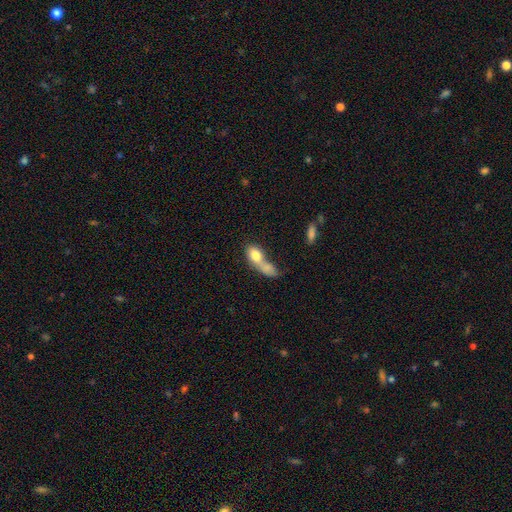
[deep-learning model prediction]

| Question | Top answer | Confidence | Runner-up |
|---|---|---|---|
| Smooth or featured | smooth | 76% | featured or disk (16%) |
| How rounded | in between | 71% | round (20%) |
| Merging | merger | 70% | none (15%) |